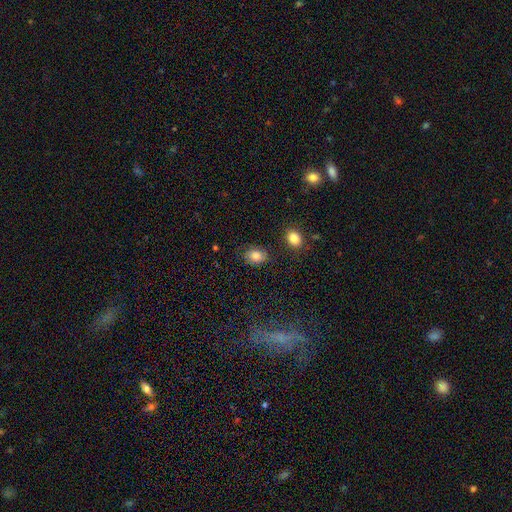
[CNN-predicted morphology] Overall: smooth (76%). How rounded: in between (69%; round 30%). Merging: none (78%).